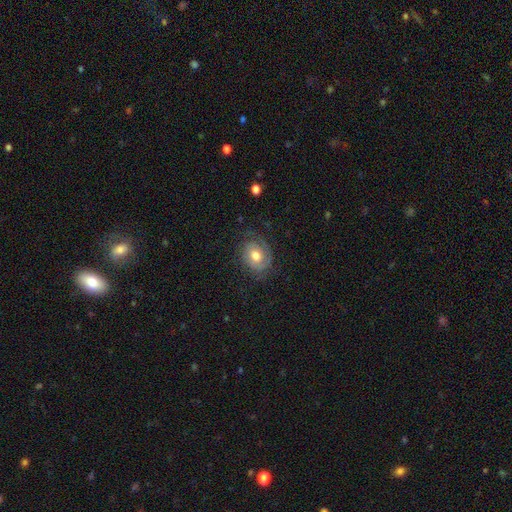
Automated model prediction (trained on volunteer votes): featured or disk 60%, smooth 33%, star or artifact 8%. Down the decision tree: edge-on disk — no (96%); bar — no (70%); spiral arms — yes (82%); bulge size — moderate (72%); merging — none (68%).